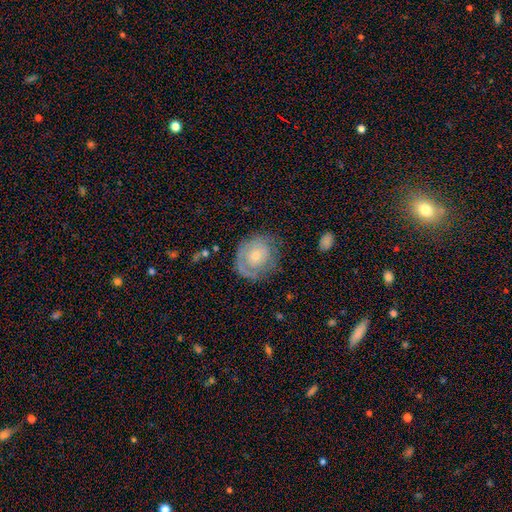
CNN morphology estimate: Smooth or featured: featured or disk — 58% (smooth — 35%)
Edge-on disk: no — 97% (yes — 3%)
Bar: no — 84% (weak — 14%)
Spiral arms: yes — 69% (no — 31%)
Bulge size: small — 53% (moderate — 40%)
Merging: none — 66% (minor disturbance — 21%)